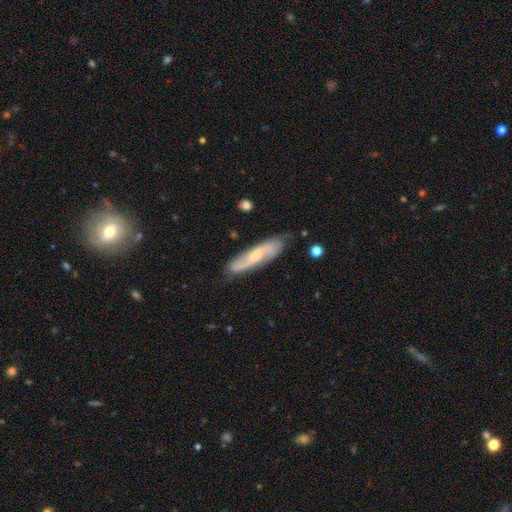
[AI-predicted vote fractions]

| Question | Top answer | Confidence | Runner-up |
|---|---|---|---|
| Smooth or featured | featured or disk | 69% | smooth (25%) |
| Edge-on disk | no | 77% | yes (23%) |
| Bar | no | 47% | weak (43%) |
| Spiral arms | yes | 93% | no (7%) |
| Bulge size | moderate | 42% | tied: small (42%) |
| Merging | none | 77% | minor disturbance (18%) |